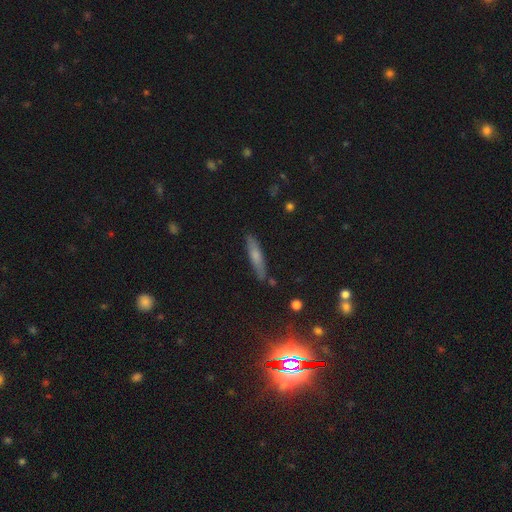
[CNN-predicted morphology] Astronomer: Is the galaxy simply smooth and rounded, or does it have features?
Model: smooth — 60%.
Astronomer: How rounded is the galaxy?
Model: cigar-shaped — 86%.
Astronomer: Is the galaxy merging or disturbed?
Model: none — 83%.